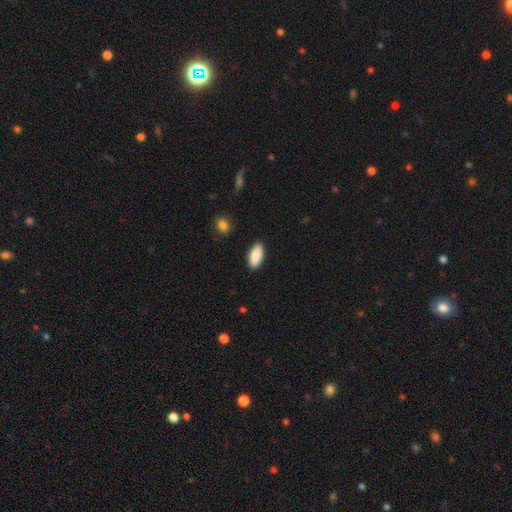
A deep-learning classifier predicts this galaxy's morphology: The model was most divided on "how rounded": in between: 86%, cigar-shaped: 12%, round: 2%. More confident: merging — none (89%); smooth or featured — smooth (89%).